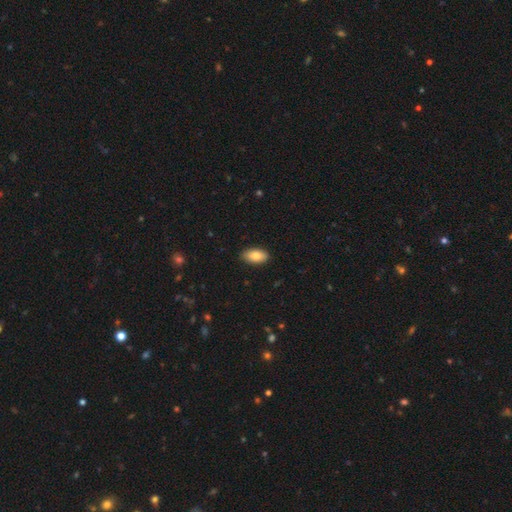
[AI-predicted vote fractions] This is clearly a smooth galaxy (84%). How rounded: clearly in between (93%). Merging: clearly none (89%).